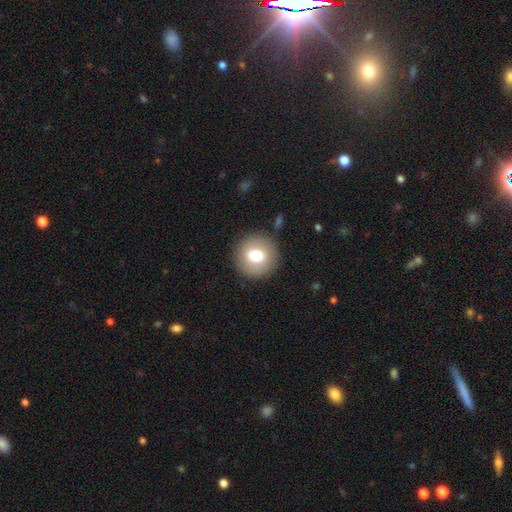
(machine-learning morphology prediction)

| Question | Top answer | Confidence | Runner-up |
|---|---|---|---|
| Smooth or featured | smooth | 73% | featured or disk (19%) |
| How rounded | round | 92% | in between (7%) |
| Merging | none | 89% | minor disturbance (7%) |